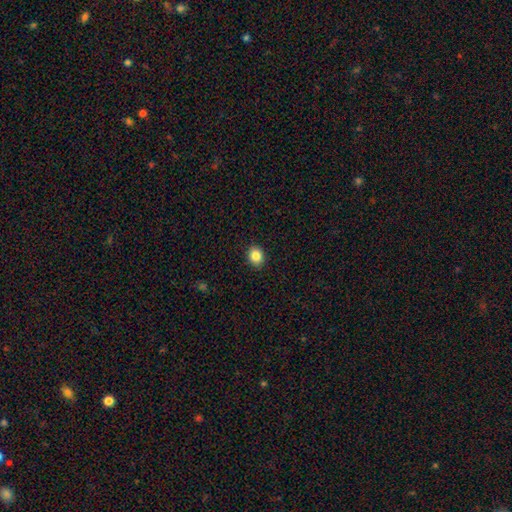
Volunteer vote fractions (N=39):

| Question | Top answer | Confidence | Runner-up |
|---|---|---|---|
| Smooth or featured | smooth | 85% | featured or disk (8%) |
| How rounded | in between | 58% | round (42%) |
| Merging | none | 83% | minor disturbance (11%) |